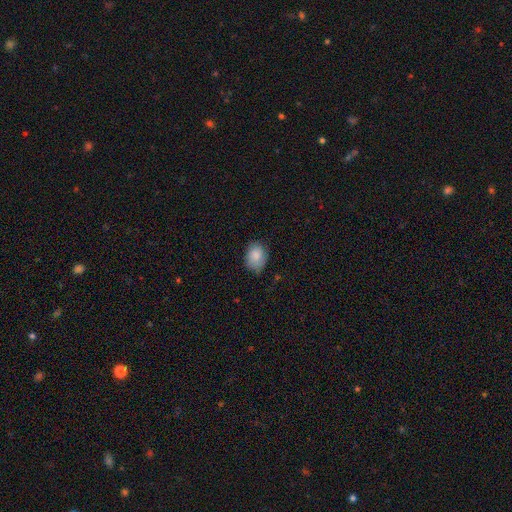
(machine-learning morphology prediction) Smooth or featured?
  - smooth: 84% *
  - featured or disk: 8%
  - star or artifact: 7%
How rounded?
  - in between: 70% *
  - round: 29%
  - cigar-shaped: 1%
Merging?
  - none: 72% *
  - minor disturbance: 23%
  - major disturbance: 4%
  - merger: 1%